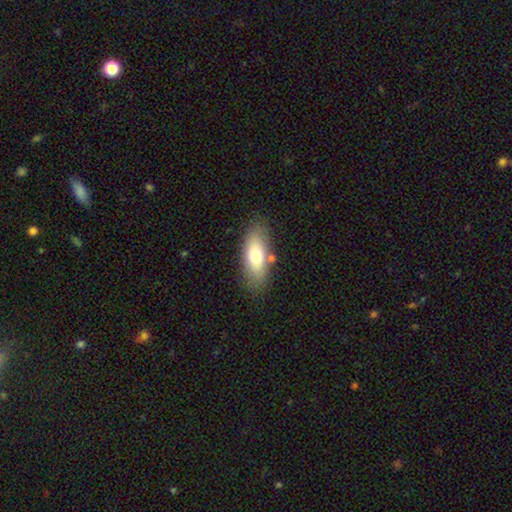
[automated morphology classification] smooth_or_featured: smooth (p=0.68) [alt: featured or disk p=0.25]
how_rounded: in between (p=0.78) [alt: cigar-shaped p=0.18]
merging: none (p=0.78) [alt: minor disturbance p=0.12]